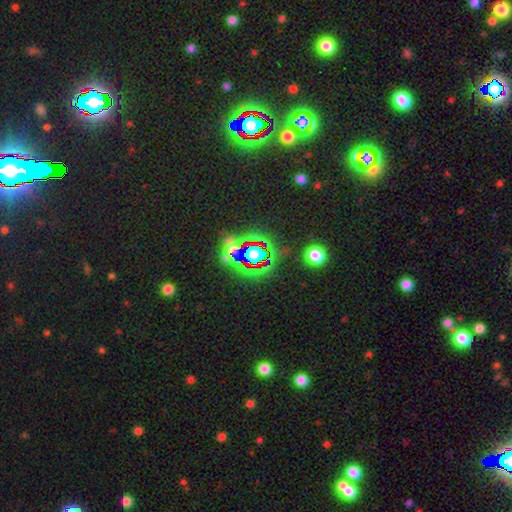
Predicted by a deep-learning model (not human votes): Smooth or featured?
  - star or artifact: 79% *
  - smooth: 12%
  - featured or disk: 9%